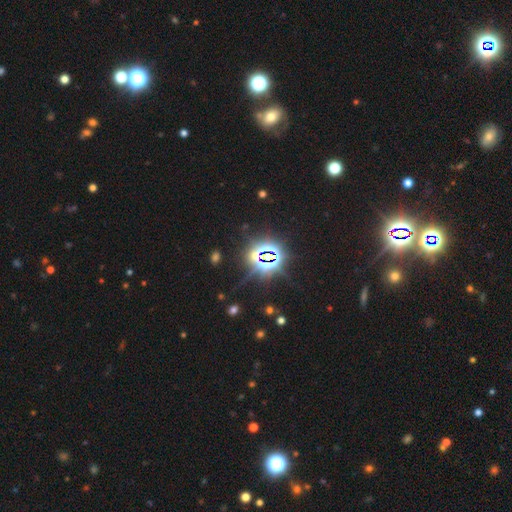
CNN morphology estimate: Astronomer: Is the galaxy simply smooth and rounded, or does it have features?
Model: star or artifact — 80%.